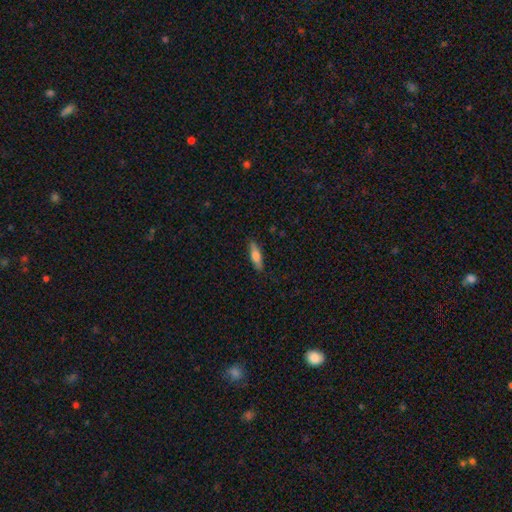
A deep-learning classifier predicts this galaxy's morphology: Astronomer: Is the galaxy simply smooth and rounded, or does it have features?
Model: smooth — 70%.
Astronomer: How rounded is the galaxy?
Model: cigar-shaped — 58% (runner-up: in between, 40%).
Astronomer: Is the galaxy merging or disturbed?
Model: none — 86%.